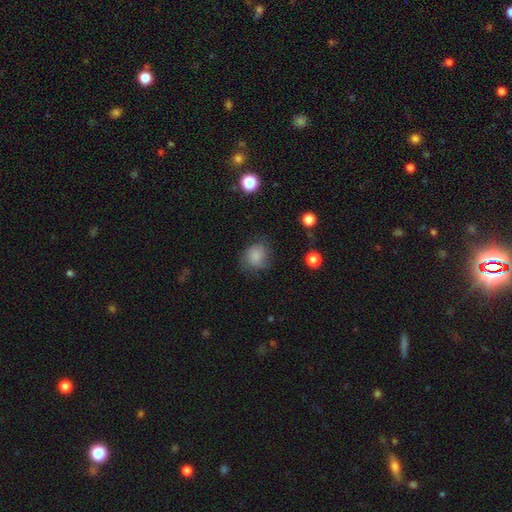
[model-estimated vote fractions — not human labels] The model was most divided on "how rounded": round: 69%, in between: 30%, cigar-shaped: 1%. More confident: smooth or featured — smooth (81%); merging — none (64%).